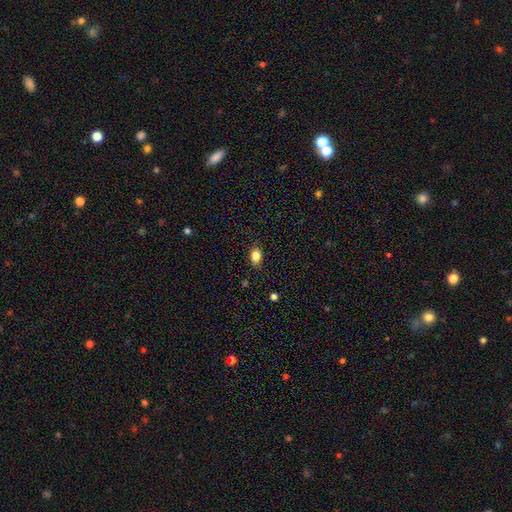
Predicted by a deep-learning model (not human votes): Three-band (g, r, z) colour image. It shows a smooth galaxy with no disk features (84%) that is in between round and cigar-shaped (74%). Merging: none (83%).